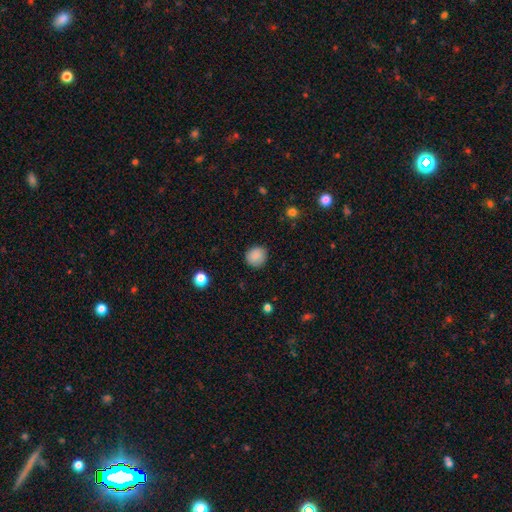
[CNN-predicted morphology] A smooth galaxy with no disk features (88%) that is round (90%).

Vote fractions:
- Smooth or featured? smooth: 88% / star or artifact: 8% / featured or disk: 4%
- How rounded? round: 90% / in between: 9% / cigar-shaped: 1%
- Merging? none: 88% / minor disturbance: 9% / major disturbance: 2% / merger: 1%